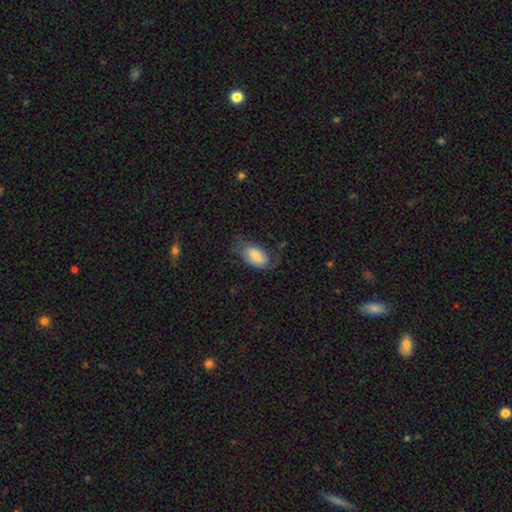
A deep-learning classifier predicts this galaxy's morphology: The model was most divided on "merging": none: 53%, minor disturbance: 30%, major disturbance: 16%, merger: 2%. More confident: how rounded — in between (93%); smooth or featured — smooth (72%).